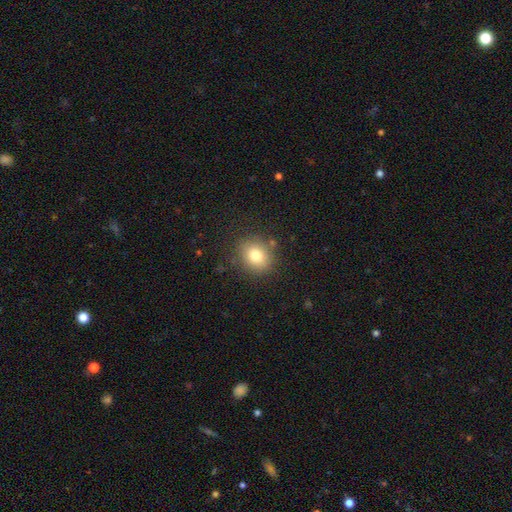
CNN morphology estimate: Q: Smooth or featured?
A: smooth (79%); runner-up: star or artifact (11%)
Q: How rounded?
A: round (71%); runner-up: in between (28%)
Q: Merging?
A: none (84%); runner-up: minor disturbance (10%)